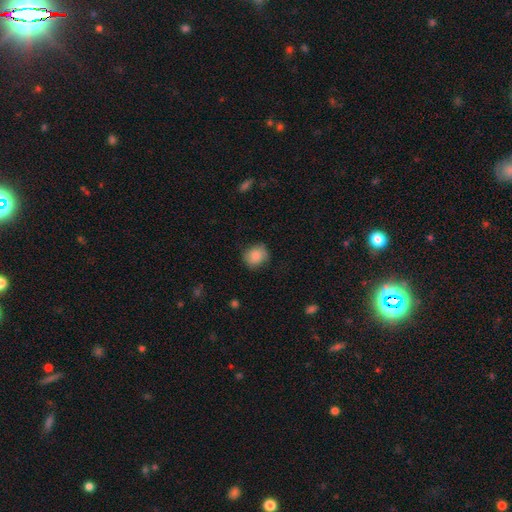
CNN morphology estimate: Smooth or featured: smooth — 86% (star or artifact — 8%)
How rounded: round — 75% (in between — 24%)
Merging: none — 76% (minor disturbance — 19%)